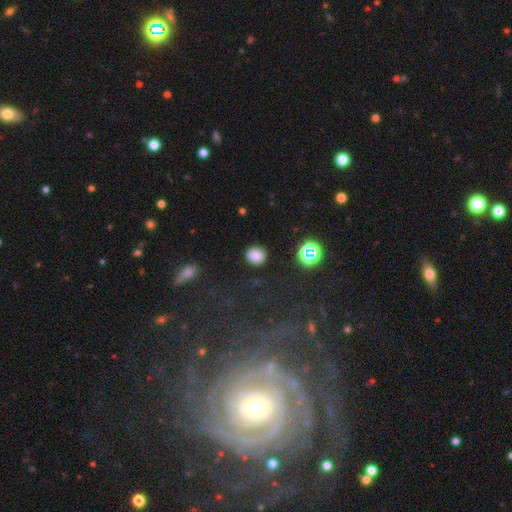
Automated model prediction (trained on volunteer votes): Q: Smooth or featured?
A: smooth (82%); runner-up: star or artifact (13%)
Q: How rounded?
A: round (79%); runner-up: in between (20%)
Q: Merging?
A: none (87%); runner-up: minor disturbance (9%)